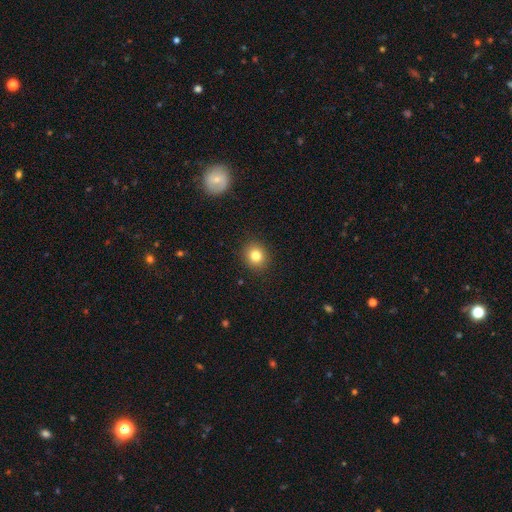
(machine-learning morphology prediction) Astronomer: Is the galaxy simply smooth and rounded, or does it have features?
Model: smooth — 82%.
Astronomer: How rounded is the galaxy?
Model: round — 83%.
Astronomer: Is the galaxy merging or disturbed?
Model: none — 90%.